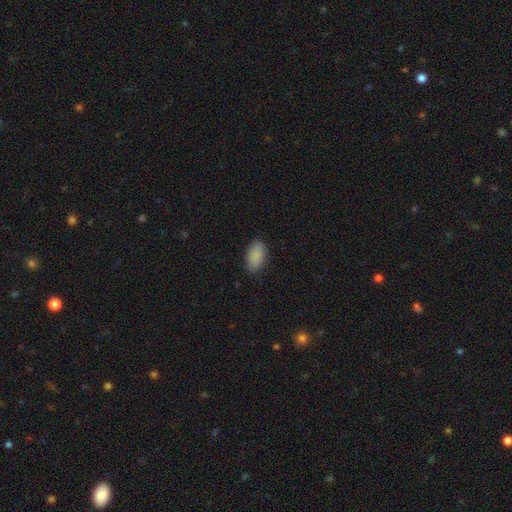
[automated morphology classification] Overall: smooth (89%). How rounded: in between (93%). Merging: none (83%).